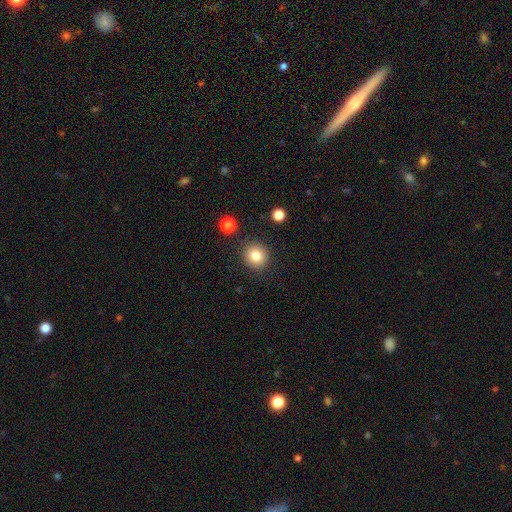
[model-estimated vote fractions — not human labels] This is clearly a smooth galaxy (82%). How rounded: clearly round (86%). Merging: clearly none (88%).